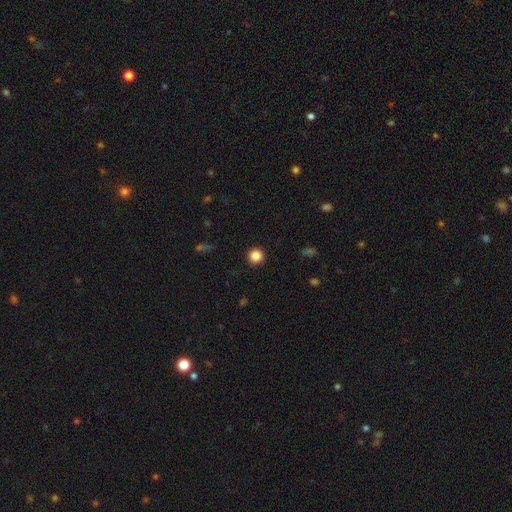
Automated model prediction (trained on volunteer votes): A smooth galaxy with no disk features (85%) that is round (95%).

Vote fractions:
- Smooth or featured? smooth: 85% / star or artifact: 11% / featured or disk: 4%
- How rounded? round: 95% / in between: 4% / cigar-shaped: 1%
- Merging? none: 92% / minor disturbance: 5% / major disturbance: 2% / merger: 1%